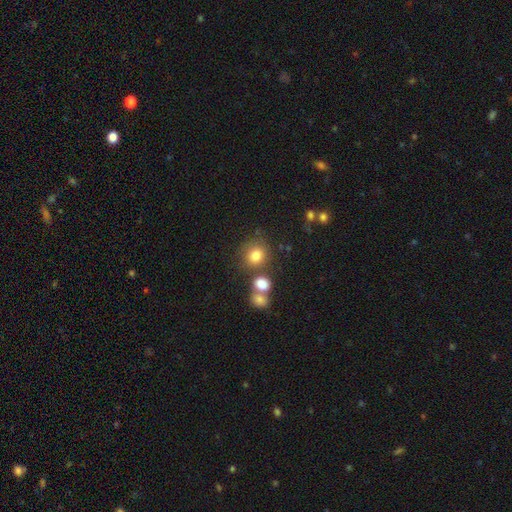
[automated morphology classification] Q: Smooth or featured?
A: smooth (80%); runner-up: star or artifact (11%)
Q: How rounded?
A: round (79%); runner-up: in between (20%)
Q: Merging?
A: none (62%); runner-up: merger (21%)